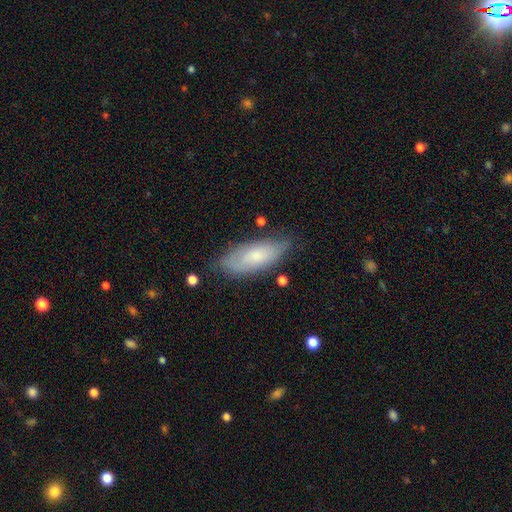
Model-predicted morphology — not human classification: Overall: smooth (66%; featured or disk 28%). How rounded: in between (75%). Merging: none (70%).